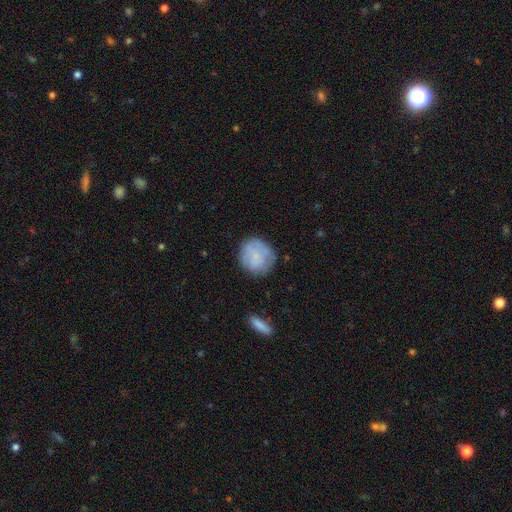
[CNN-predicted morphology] Overall: smooth (71%). How rounded: round (88%). Merging: none (73%).